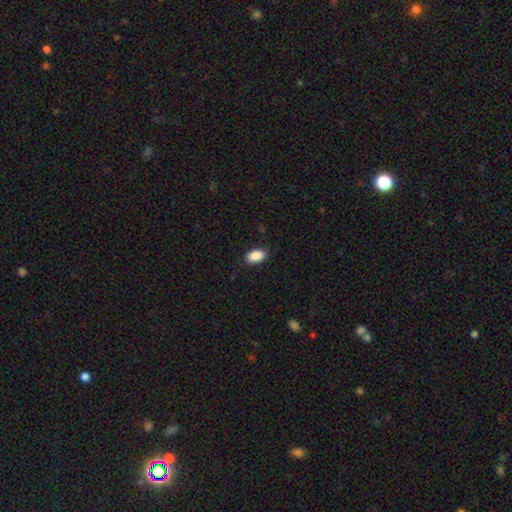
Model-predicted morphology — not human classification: A smooth galaxy with no disk features (90%) that is in between round and cigar-shaped (93%).

Vote fractions:
- Smooth or featured? smooth: 90% / star or artifact: 7% / featured or disk: 3%
- How rounded? in between: 93% / round: 5% / cigar-shaped: 2%
- Merging? none: 88% / minor disturbance: 9% / major disturbance: 2% / merger: 1%